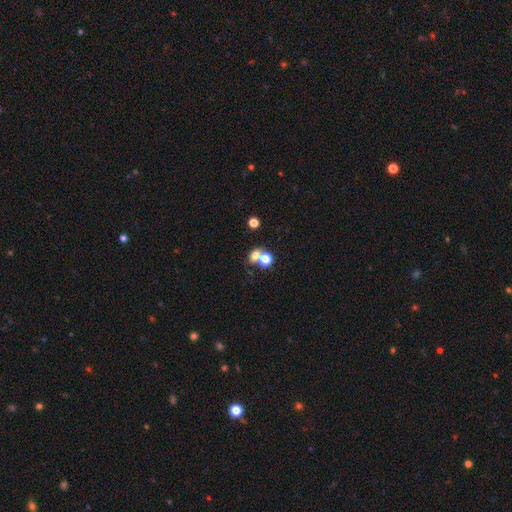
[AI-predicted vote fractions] This is likely a smooth galaxy (68%). How rounded: possibly round (51%). Merging: marginally merger (45%).